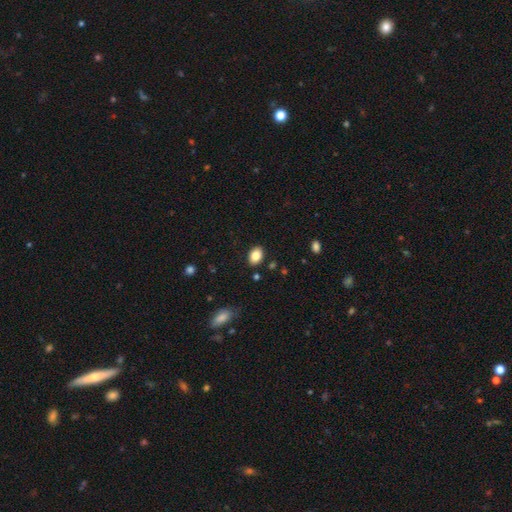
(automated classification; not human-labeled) This appears to be a smooth galaxy with no disk features (85%) that is in between round and cigar-shaped (79%). Merging: none (87%).